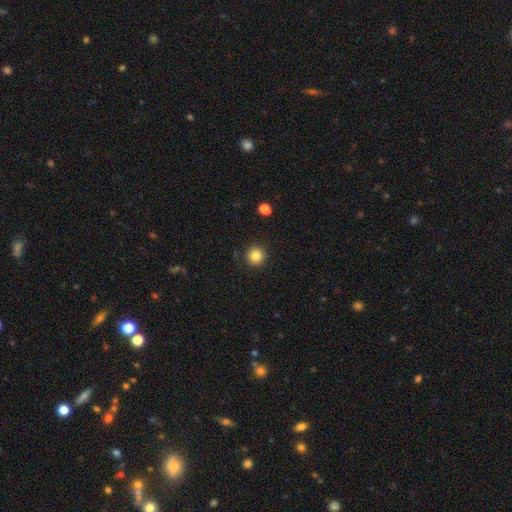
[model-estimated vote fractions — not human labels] This appears to be a smooth galaxy with no disk features (83%) that is round (95%). Merging: none (91%).